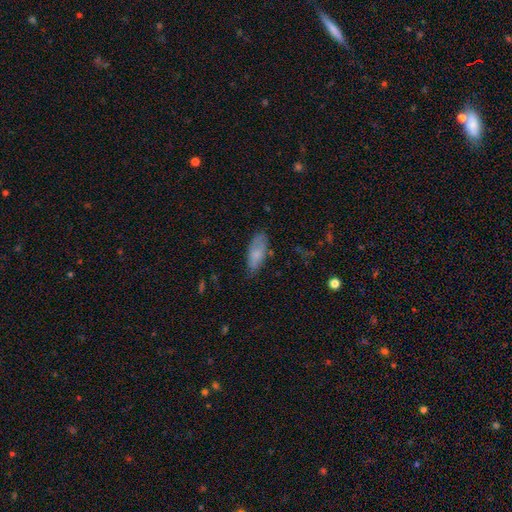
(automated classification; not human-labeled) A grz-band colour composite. It shows a smooth galaxy with no disk features (76%) that is in between round and cigar-shaped (81%). Merging: none (66%).